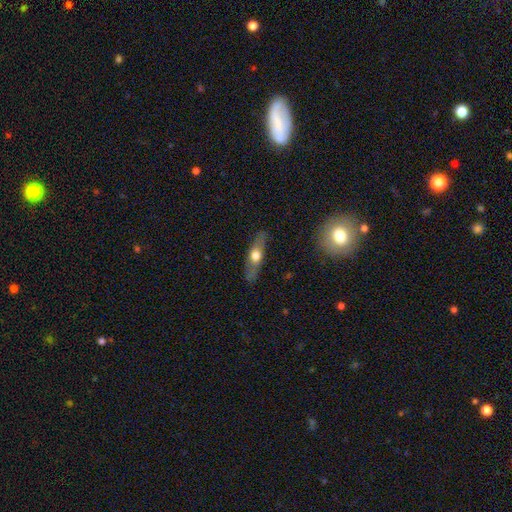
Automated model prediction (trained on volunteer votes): featured or disk 51%, smooth 42%, star or artifact 6%. Down the decision tree: edge-on disk — yes (78%); merging — none (84%).